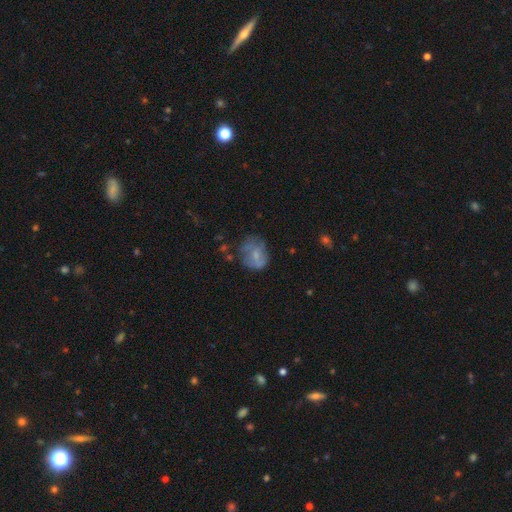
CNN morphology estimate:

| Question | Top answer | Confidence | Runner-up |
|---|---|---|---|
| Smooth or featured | smooth | 54% | featured or disk (35%) |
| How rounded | round | 61% | in between (38%) |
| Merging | none | 50% | minor disturbance (27%) |